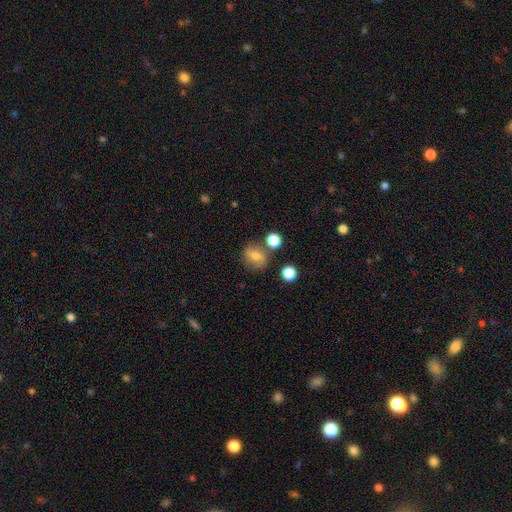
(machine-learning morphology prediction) smooth 66%, featured or disk 22%, star or artifact 13%. Down the decision tree: how rounded — round (62%); merging — none (71%).